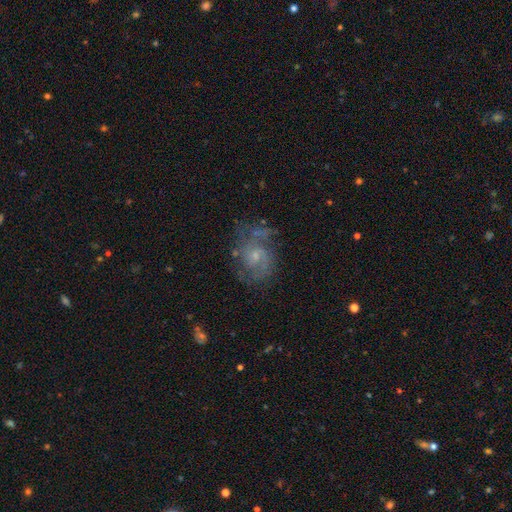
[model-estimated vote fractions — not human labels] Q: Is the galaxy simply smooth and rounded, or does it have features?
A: featured or disk — 77%.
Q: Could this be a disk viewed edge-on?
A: no — 98%.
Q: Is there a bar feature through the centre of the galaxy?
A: no — 63%.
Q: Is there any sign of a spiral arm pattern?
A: yes — 91%.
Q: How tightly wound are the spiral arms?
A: medium — 49%.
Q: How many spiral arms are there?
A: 2 — 55%.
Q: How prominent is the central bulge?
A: small — 65%.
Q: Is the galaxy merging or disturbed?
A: none — 60%.